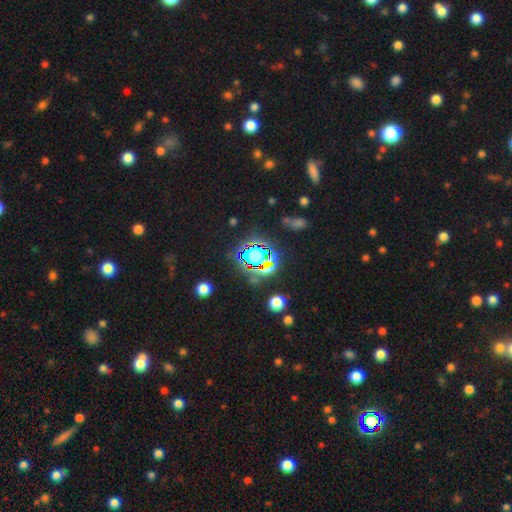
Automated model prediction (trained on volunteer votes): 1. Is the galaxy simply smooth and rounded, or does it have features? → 65% star or artifact, 23% smooth, 12% featured or disk.